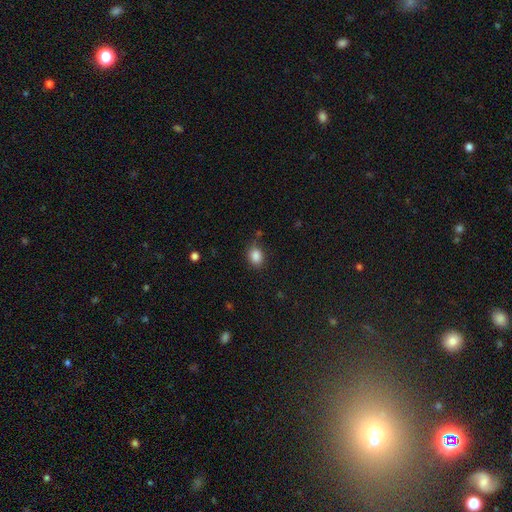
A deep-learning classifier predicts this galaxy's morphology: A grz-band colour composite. It shows a smooth galaxy with no disk features (86%) that is in between round and cigar-shaped (59%). Merging: none (75%).